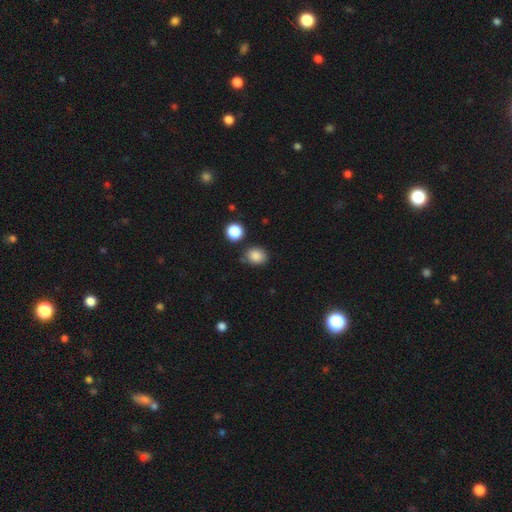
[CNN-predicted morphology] The model was most divided on "how rounded": round: 57%, in between: 42%, cigar-shaped: 1%. More confident: smooth or featured — smooth (85%); merging — none (75%).